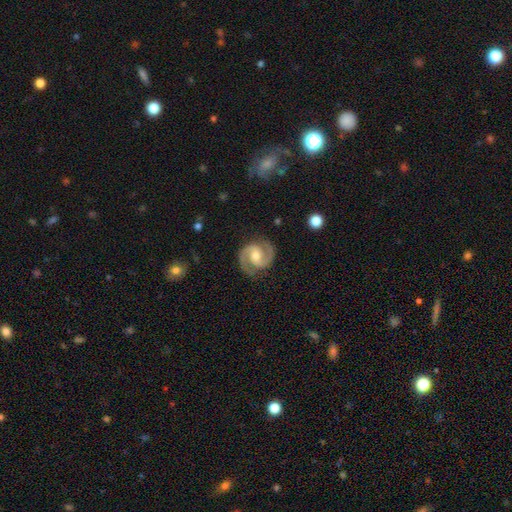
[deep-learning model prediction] The model was most divided on "bar": weak: 46%, no: 35%, strong: 18%. More confident: spiral arms — yes (98%); edge-on disk — no (98%); spiral arm count — 2 (95%); smooth or featured — featured or disk (92%); merging — none (86%); bulge size — moderate (61%); spiral winding — medium (59%).